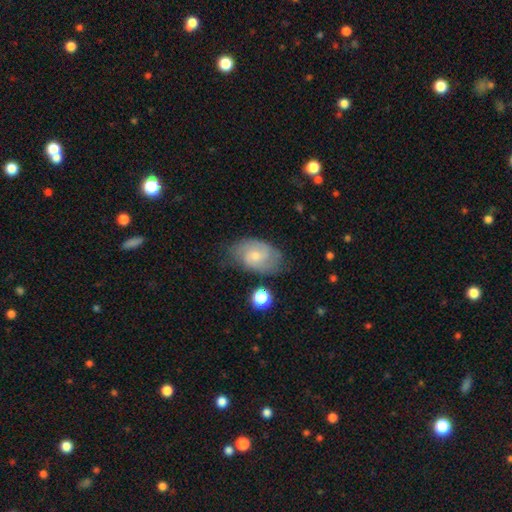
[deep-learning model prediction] A featured or disk galaxy (56%) with no bar (56%), spiral arms (86%) and a small central bulge (52%). Merging: none (66%).